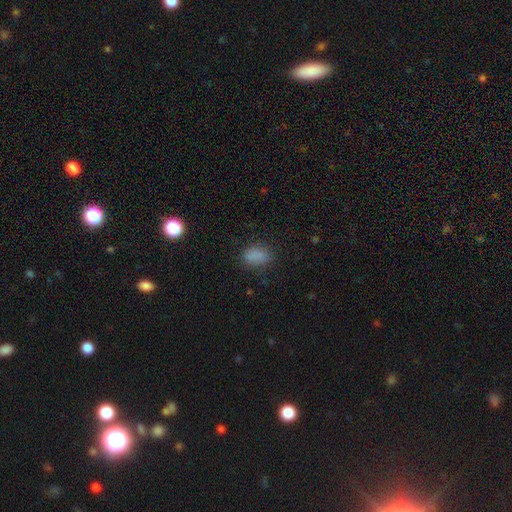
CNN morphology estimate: type=smooth (82%); roundness=in between (78%); merging=none (79%).